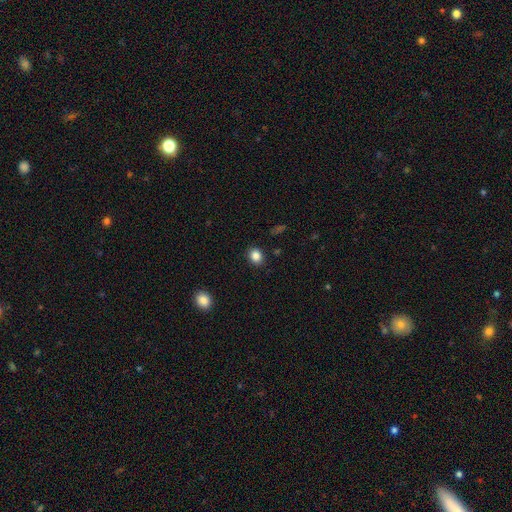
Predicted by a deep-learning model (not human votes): A smooth galaxy with no disk features (86%) that is round (60%).

Vote fractions:
- Smooth or featured? smooth: 86% / star or artifact: 10% / featured or disk: 4%
- How rounded? round: 60% / in between: 39% / cigar-shaped: 1%
- Merging? none: 89% / minor disturbance: 7% / major disturbance: 2% / merger: 1%